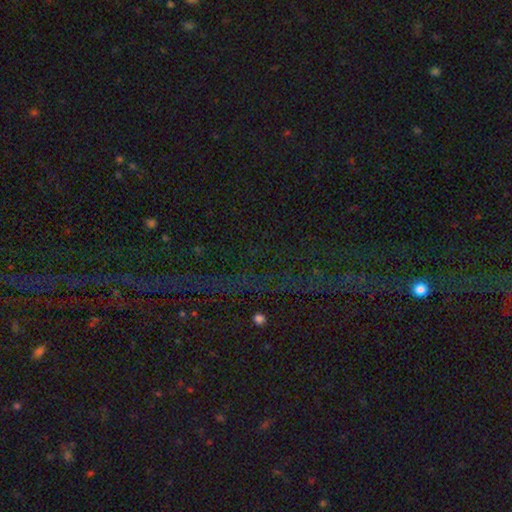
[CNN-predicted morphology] A star or artifact, not a galaxy (80%).

Vote fractions:
- Smooth or featured? star or artifact: 80% / featured or disk: 10% / smooth: 10%